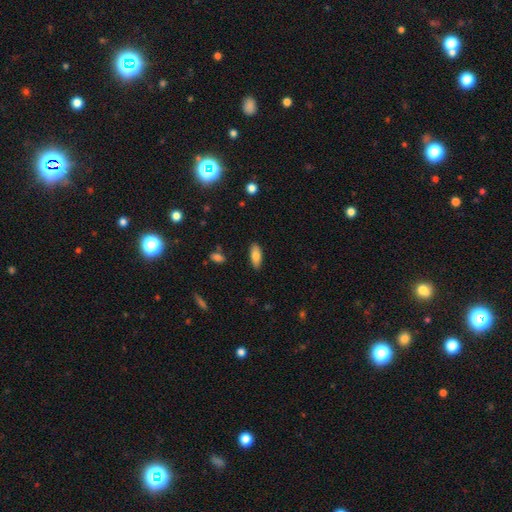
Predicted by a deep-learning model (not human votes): Smooth or featured?
  - smooth: 78% *
  - featured or disk: 15%
  - star or artifact: 7%
How rounded?
  - in between: 79% *
  - cigar-shaped: 19%
  - round: 2%
Merging?
  - none: 87% *
  - minor disturbance: 10%
  - major disturbance: 2%
  - merger: 1%